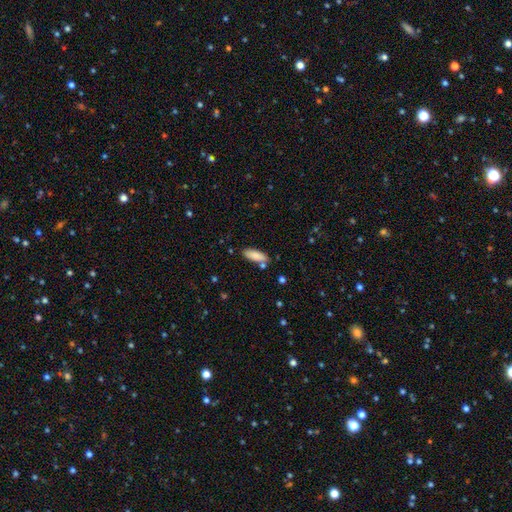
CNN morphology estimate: Smooth or featured: smooth — 86% (featured or disk — 7%)
How rounded: in between — 66% (cigar-shaped — 32%)
Merging: none — 77% (minor disturbance — 13%)